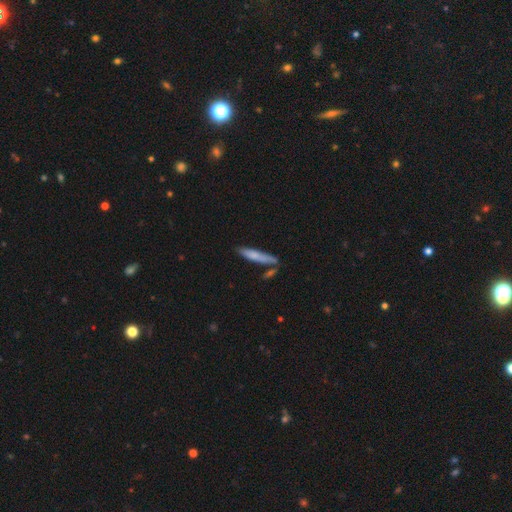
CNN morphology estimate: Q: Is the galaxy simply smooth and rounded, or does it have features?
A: smooth — 69%.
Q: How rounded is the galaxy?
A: cigar-shaped — 88%.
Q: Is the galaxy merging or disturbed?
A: none — 71%.